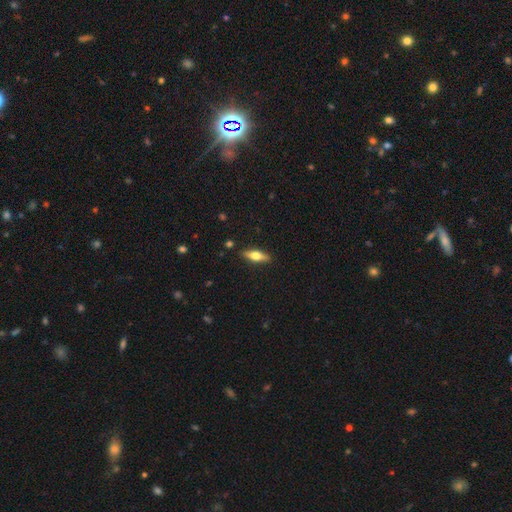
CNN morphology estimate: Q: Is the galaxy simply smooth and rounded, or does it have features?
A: smooth — 51%.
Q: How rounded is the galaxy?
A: in between — 49%.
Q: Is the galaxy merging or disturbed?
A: none — 88%.